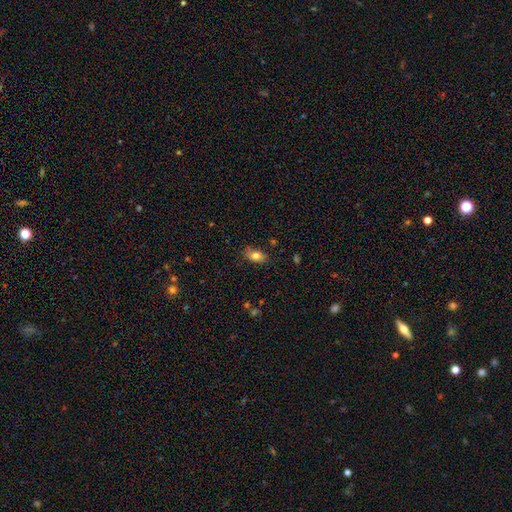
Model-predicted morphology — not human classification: smooth-or-featured: smooth: 79% | featured or disk: 12% | star or artifact: 8%
  how-rounded: in between: 88% | round: 8% | cigar-shaped: 4%
  merging: none: 81% | minor disturbance: 15% | major disturbance: 3% | merger: 1%